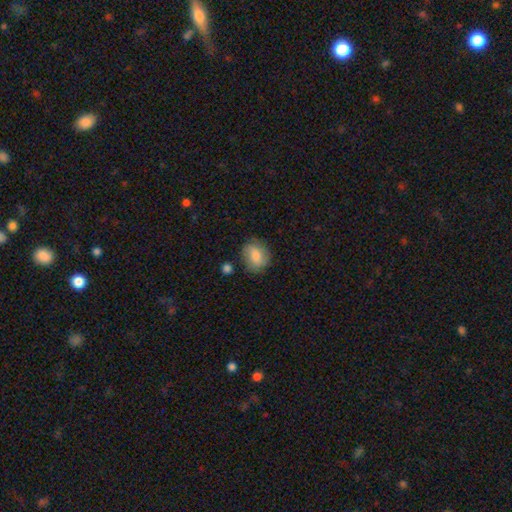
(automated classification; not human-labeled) Smooth or featured: smooth — 79% (featured or disk — 13%)
How rounded: in between — 51% (round — 48%)
Merging: none — 74% (minor disturbance — 19%)